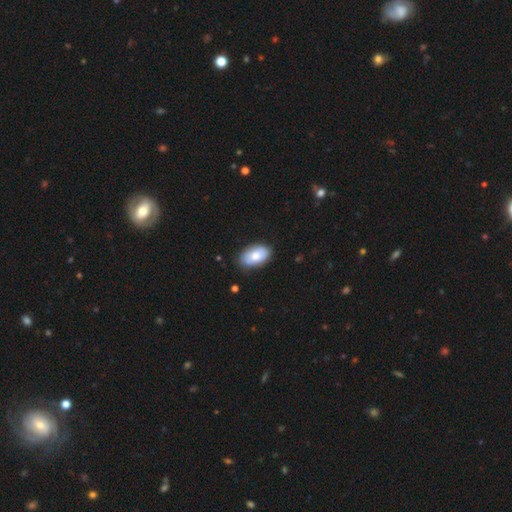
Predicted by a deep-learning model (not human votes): Smooth or featured? Predicted: smooth (p=0.76). How rounded? Predicted: in between (p=0.93). Merging? Predicted: none (p=0.78).